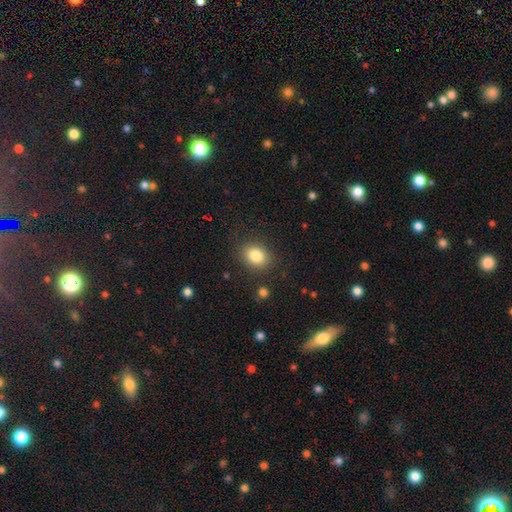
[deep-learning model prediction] smooth-or-featured: smooth: 83% | star or artifact: 10% | featured or disk: 7%
  how-rounded: round: 51% | in between: 48% | cigar-shaped: 1%
  merging: none: 86% | minor disturbance: 9% | major disturbance: 3% | merger: 2%